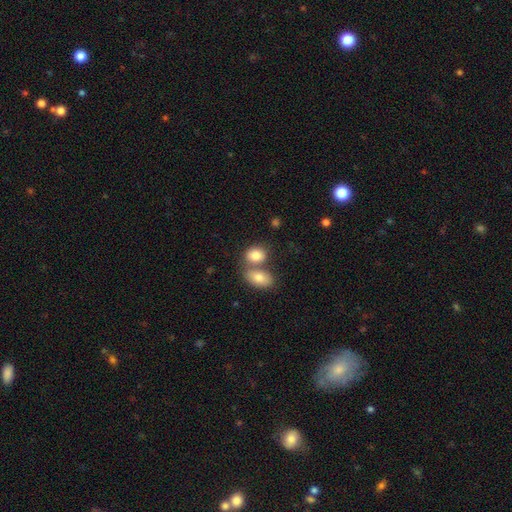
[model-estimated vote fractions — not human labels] This is clearly a smooth galaxy (82%). How rounded: likely in between (73%). Merging: possibly merger (52%).